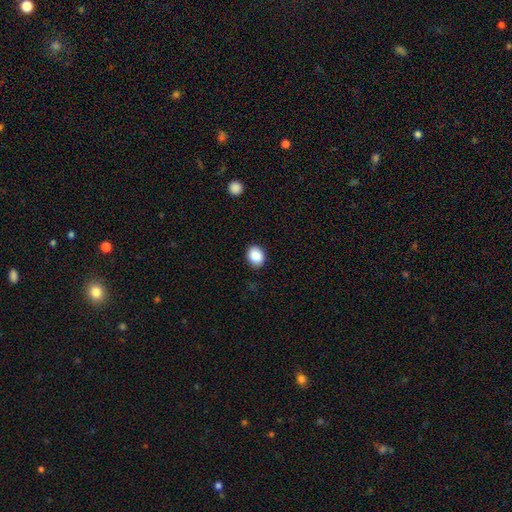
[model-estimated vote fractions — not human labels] The model was most divided on "how rounded": round: 51%, in between: 48%, cigar-shaped: 1%. More confident: merging — none (89%); smooth or featured — smooth (89%).